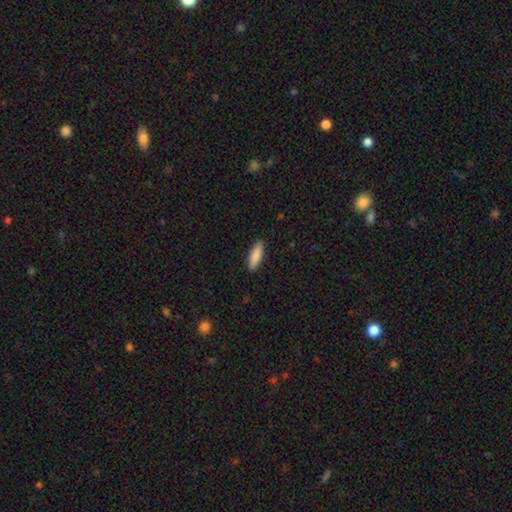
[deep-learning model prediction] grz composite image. It shows a smooth galaxy with no disk features (87%) that is cigar-shaped (53%). Merging: none (89%).